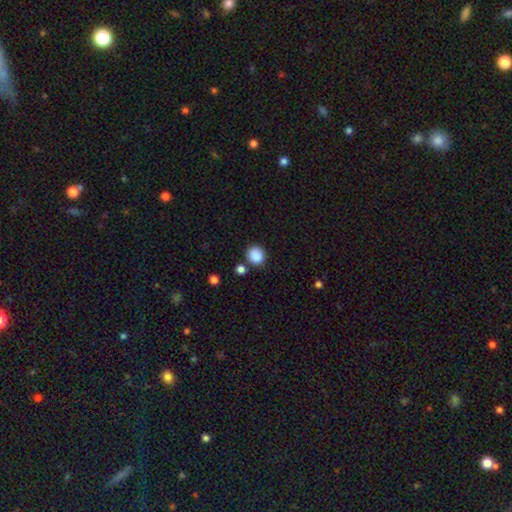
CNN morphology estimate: smooth-or-featured: smooth: 88% | star or artifact: 9% | featured or disk: 3%
  how-rounded: round: 85% | in between: 14% | cigar-shaped: 1%
  merging: none: 81% | minor disturbance: 9% | merger: 7% | major disturbance: 3%